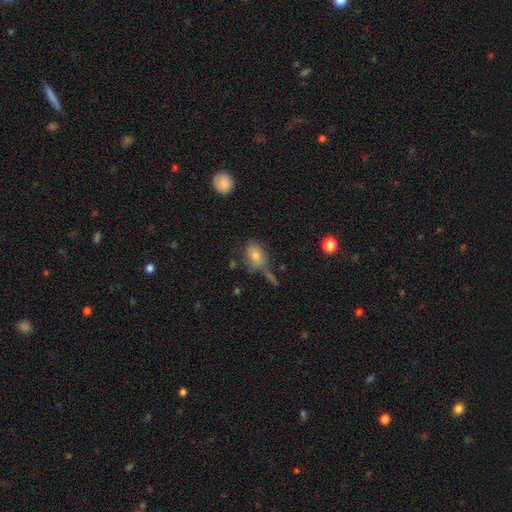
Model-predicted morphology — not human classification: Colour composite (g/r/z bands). It shows a smooth galaxy with no disk features (73%) that is in between round and cigar-shaped (76%). Merging: none (58%).